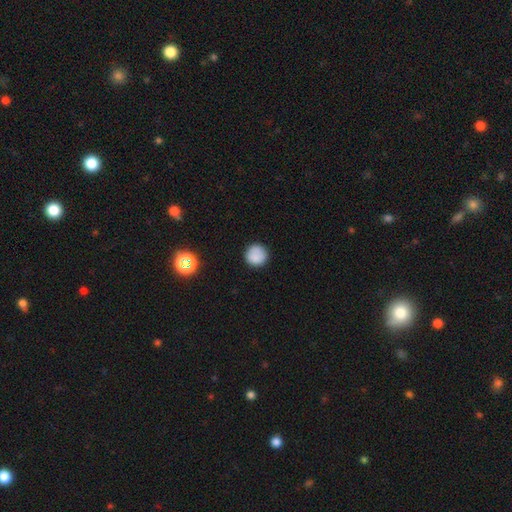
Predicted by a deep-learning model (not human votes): Overall: smooth (84%). How rounded: round (95%). Merging: none (88%).